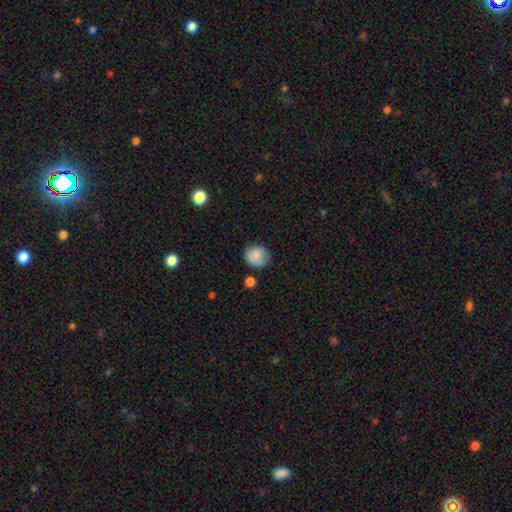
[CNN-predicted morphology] Smooth or featured?
  - smooth: 83% *
  - featured or disk: 9%
  - star or artifact: 8%
How rounded?
  - round: 80% *
  - in between: 19%
  - cigar-shaped: 1%
Merging?
  - none: 75% *
  - minor disturbance: 17%
  - merger: 4%
  - major disturbance: 4%